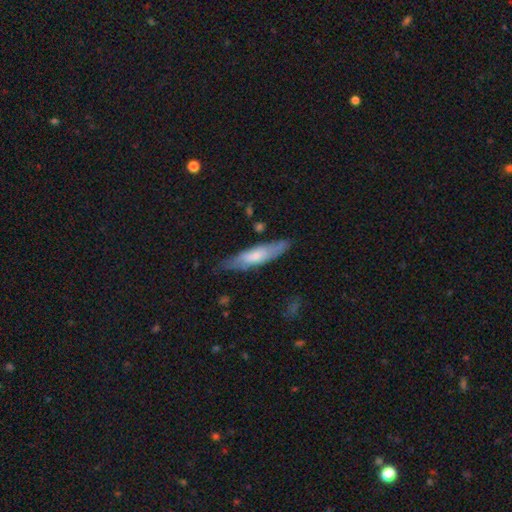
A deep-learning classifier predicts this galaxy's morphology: Smooth or featured: smooth — 53% (featured or disk — 41%)
How rounded: cigar-shaped — 70% (in between — 28%)
Merging: none — 74% (minor disturbance — 20%)